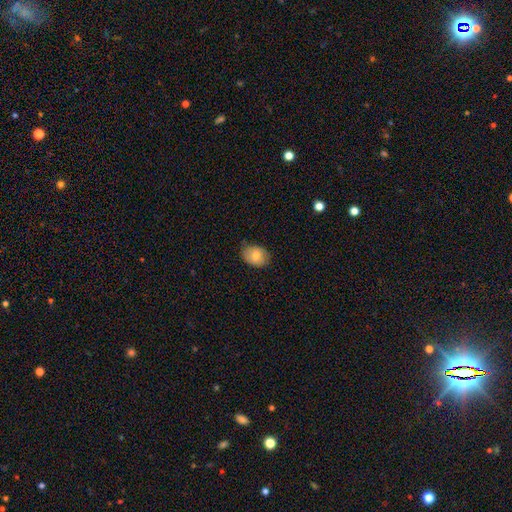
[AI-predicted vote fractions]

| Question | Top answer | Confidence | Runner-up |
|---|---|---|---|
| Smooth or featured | smooth | 73% | featured or disk (19%) |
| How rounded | in between | 65% | round (34%) |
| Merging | none | 75% | minor disturbance (20%) |